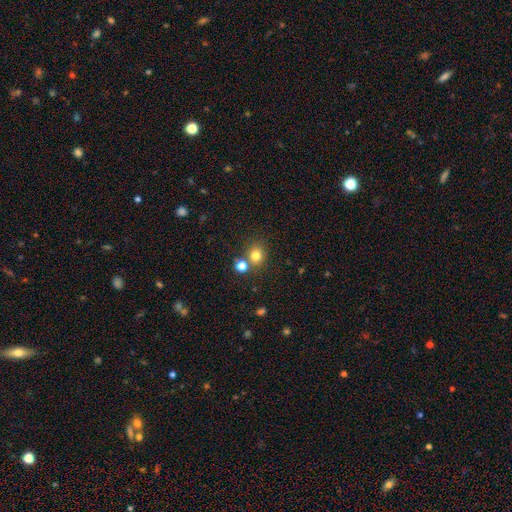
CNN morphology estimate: This is likely a smooth galaxy (77%). How rounded: clearly round (82%). Merging: likely none (70%).